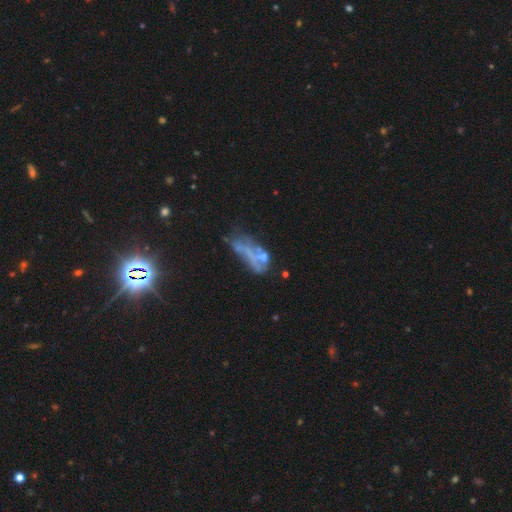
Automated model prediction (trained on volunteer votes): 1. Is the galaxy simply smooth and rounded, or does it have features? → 51% featured or disk, 29% smooth, 20% star or artifact.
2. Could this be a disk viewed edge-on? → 89% no, 11% yes.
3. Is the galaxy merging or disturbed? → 32% major disturbance, 27% none, 22% merger, 19% minor disturbance.